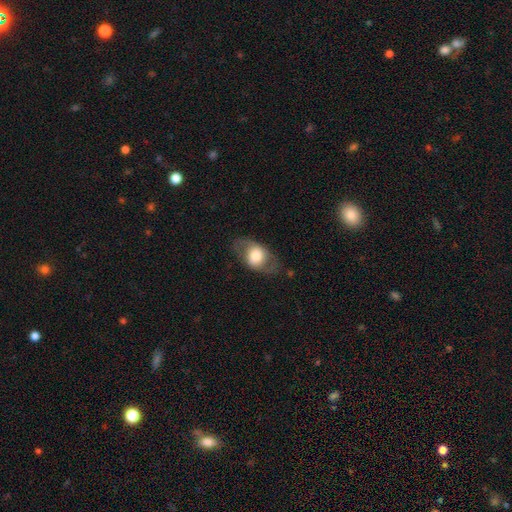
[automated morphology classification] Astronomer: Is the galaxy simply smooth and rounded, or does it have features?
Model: smooth — 52% (runner-up: featured or disk, 41%).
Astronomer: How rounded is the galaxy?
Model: in between — 67%.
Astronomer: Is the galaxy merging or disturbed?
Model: none — 73%.